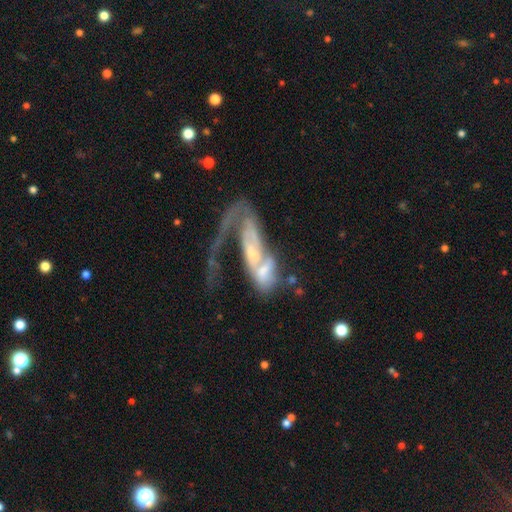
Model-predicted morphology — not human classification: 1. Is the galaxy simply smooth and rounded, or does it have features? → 71% featured or disk, 20% smooth, 9% star or artifact.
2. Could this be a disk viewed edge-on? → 86% no, 14% yes.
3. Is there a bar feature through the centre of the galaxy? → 58% no, 26% weak, 16% strong.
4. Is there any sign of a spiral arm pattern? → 66% yes, 34% no.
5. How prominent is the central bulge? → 45% small, 28% moderate, 19% none, 5% large, 2% dominant.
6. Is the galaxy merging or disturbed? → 49% merger, 30% major disturbance, 14% none, 7% minor disturbance.